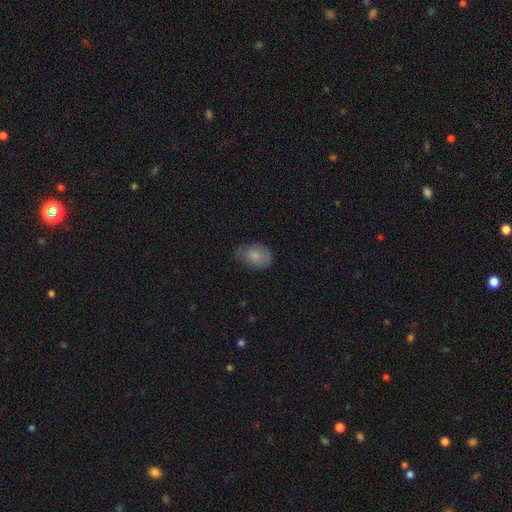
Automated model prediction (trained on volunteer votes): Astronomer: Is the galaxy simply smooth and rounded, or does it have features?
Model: smooth — 79%.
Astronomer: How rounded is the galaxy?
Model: in between — 71%.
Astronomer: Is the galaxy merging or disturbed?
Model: none — 56% (runner-up: minor disturbance, 34%).